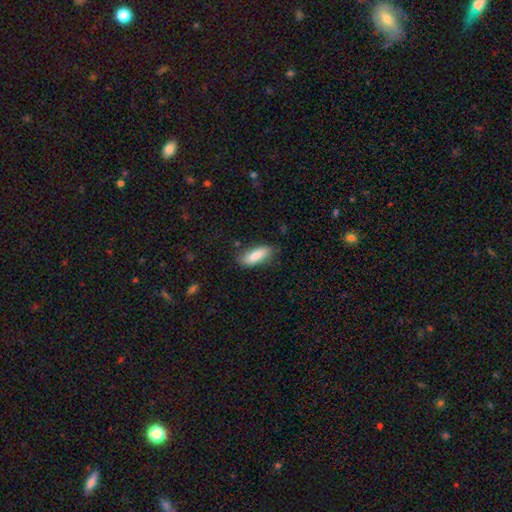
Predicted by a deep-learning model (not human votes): Smooth or featured: smooth — 85% (featured or disk — 9%)
How rounded: in between — 67% (cigar-shaped — 31%)
Merging: none — 75% (minor disturbance — 19%)